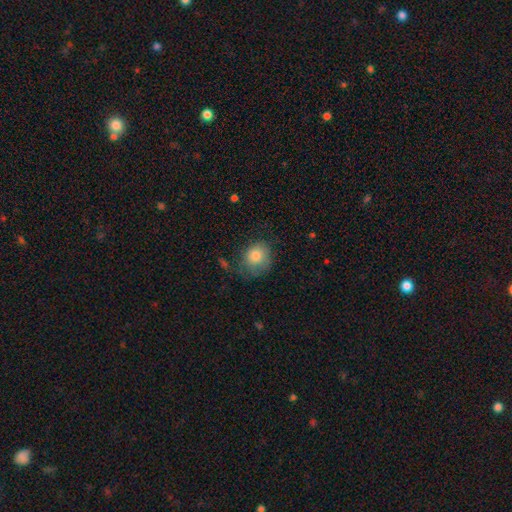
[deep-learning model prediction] Overall: smooth (81%). How rounded: round (66%; in between 33%). Merging: none (57%; minor disturbance 28%).